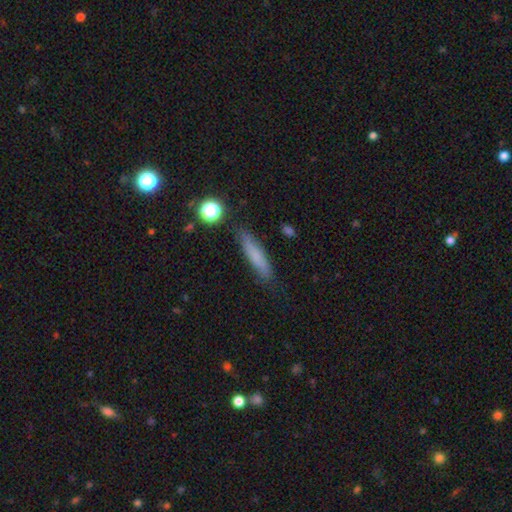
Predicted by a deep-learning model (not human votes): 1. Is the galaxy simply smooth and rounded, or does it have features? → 75% smooth, 16% featured or disk, 9% star or artifact.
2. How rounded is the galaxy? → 85% cigar-shaped, 13% in between, 2% round.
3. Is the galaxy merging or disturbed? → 84% none, 12% minor disturbance, 3% major disturbance, 2% merger.